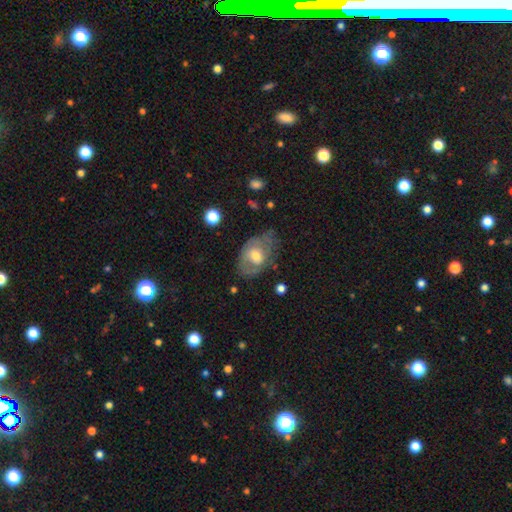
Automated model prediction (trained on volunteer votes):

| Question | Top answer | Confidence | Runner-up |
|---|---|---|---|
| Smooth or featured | featured or disk | 50% | smooth (42%) |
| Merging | none | 56% | minor disturbance (29%) |